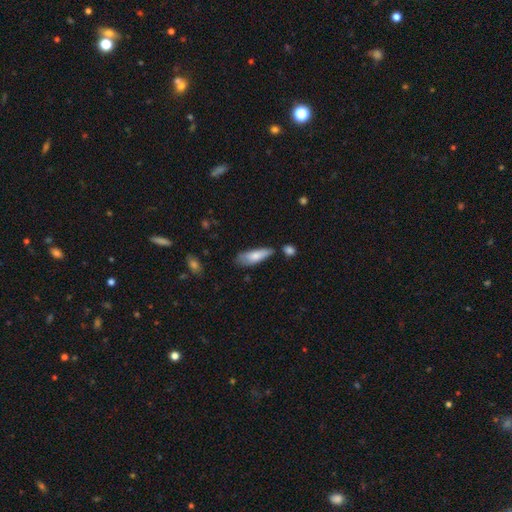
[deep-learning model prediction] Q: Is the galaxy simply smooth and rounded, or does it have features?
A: smooth — 78%.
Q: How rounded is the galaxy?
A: in between — 53%.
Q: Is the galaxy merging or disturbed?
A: none — 55%.